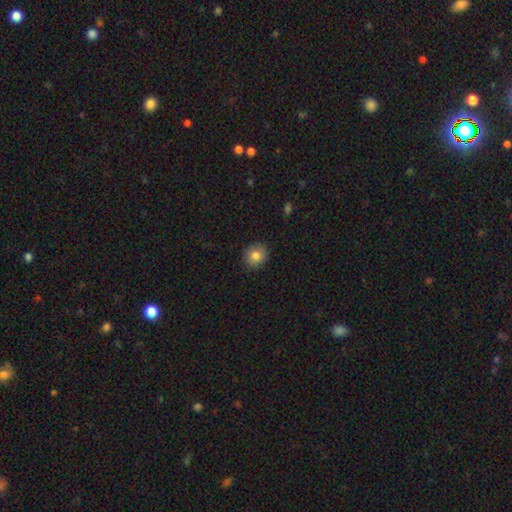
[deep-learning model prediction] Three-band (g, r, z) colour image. It shows a smooth galaxy with no disk features (82%) that is round (73%). Merging: none (87%).